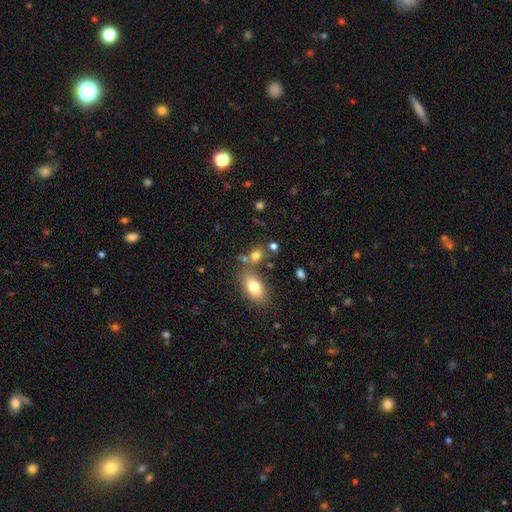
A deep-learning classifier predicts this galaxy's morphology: Q: Smooth or featured?
A: smooth (75%); runner-up: star or artifact (13%)
Q: How rounded?
A: in between (54%); runner-up: round (42%)
Q: Merging?
A: none (54%); runner-up: merger (29%)